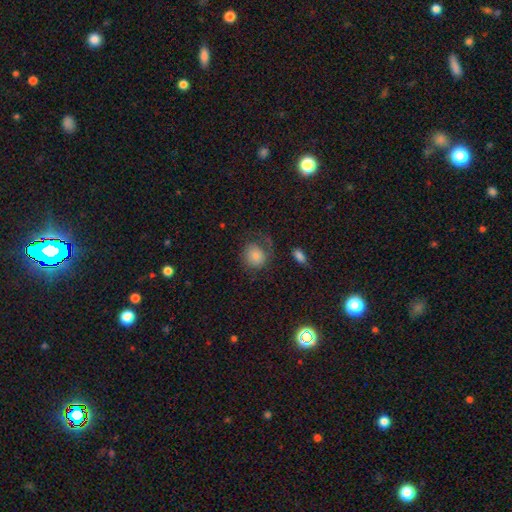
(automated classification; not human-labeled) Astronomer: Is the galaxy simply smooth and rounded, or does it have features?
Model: smooth — 77%.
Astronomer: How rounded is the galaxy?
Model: round — 75%.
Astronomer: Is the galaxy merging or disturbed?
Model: none — 52%.